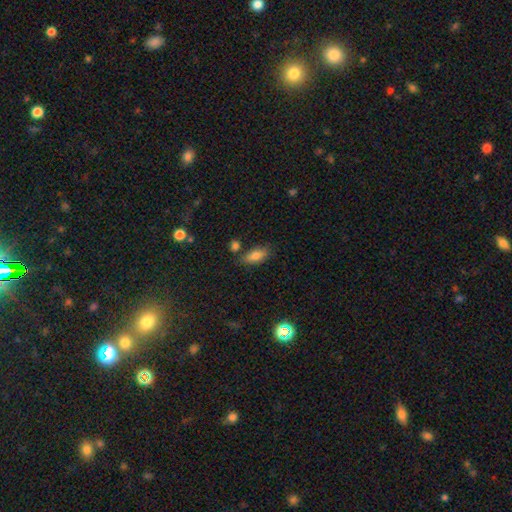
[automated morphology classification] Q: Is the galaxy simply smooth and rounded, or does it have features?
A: smooth — 78%.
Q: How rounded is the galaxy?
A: in between — 84%.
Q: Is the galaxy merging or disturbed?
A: none — 74%.